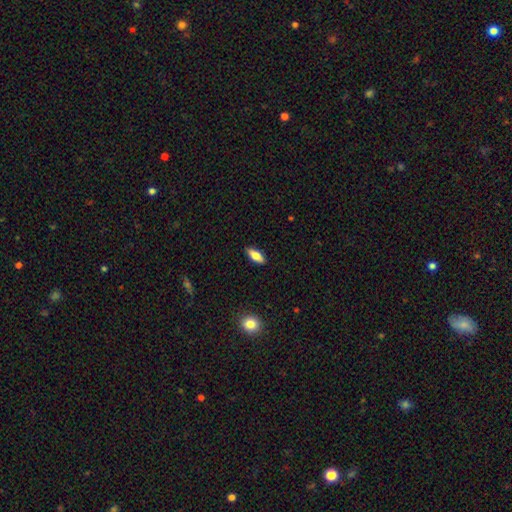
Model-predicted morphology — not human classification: smooth_or_featured: smooth (p=0.74) [alt: featured or disk p=0.19]
how_rounded: in between (p=0.74) [alt: cigar-shaped p=0.24]
merging: none (p=0.89) [alt: minor disturbance p=0.08]